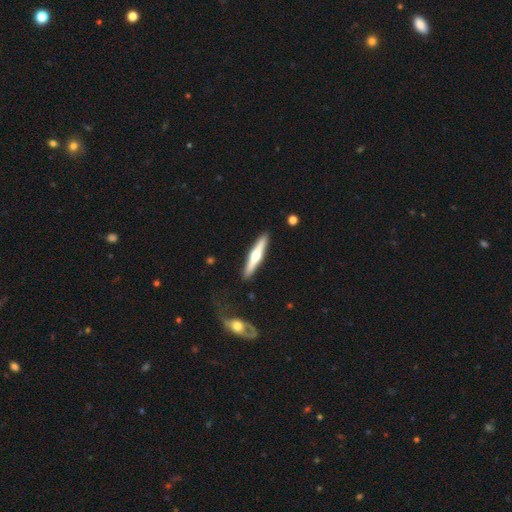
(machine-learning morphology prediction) This is likely a featured or disk galaxy (66%). It is clearly viewed edge-on (97%). Edge-on bulge: clearly rounded (93%). Merging: clearly none (90%).